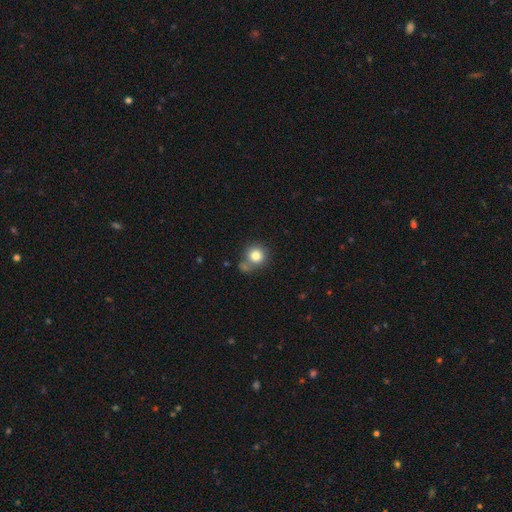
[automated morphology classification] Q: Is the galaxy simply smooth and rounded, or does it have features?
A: smooth — 81%.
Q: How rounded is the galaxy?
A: round — 89%.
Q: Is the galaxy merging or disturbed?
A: none — 60%.